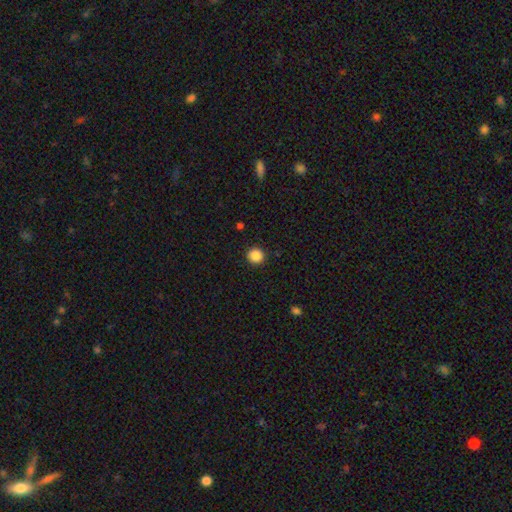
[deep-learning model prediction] smooth-or-featured: smooth: 87% | star or artifact: 10% | featured or disk: 3%
  how-rounded: round: 94% | in between: 5% | cigar-shaped: 1%
  merging: none: 92% | minor disturbance: 5% | major disturbance: 2% | merger: 1%